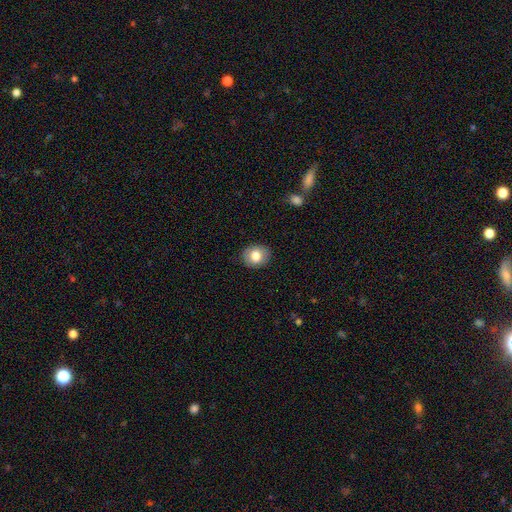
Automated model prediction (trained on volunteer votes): A smooth galaxy with no disk features (79%) that is round (60%).

Vote fractions:
- Smooth or featured? smooth: 79% / featured or disk: 13% / star or artifact: 8%
- How rounded? round: 60% / in between: 39% / cigar-shaped: 1%
- Merging? none: 88% / minor disturbance: 9% / major disturbance: 2% / merger: 1%